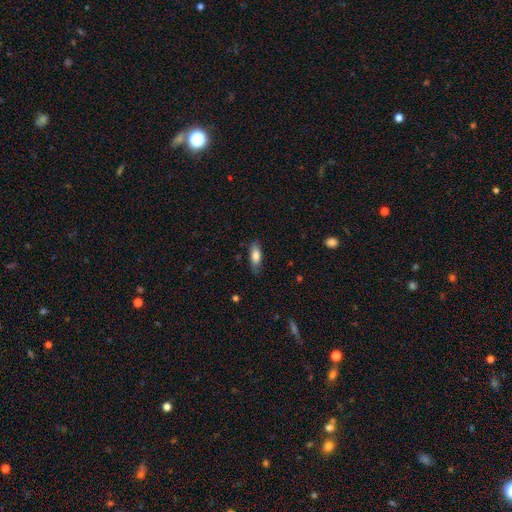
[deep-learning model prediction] Morphology: type=smooth (79%); roundness=in between (73%); merging=none (76%).